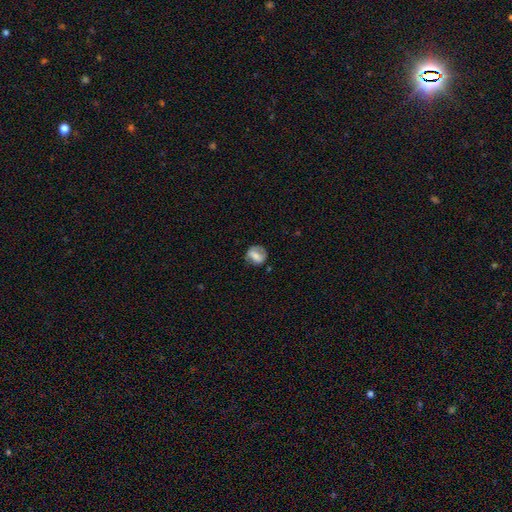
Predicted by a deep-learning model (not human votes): Overall: smooth (57%; featured or disk 34%). How rounded: round (66%; in between 32%). Merging: none (64%).